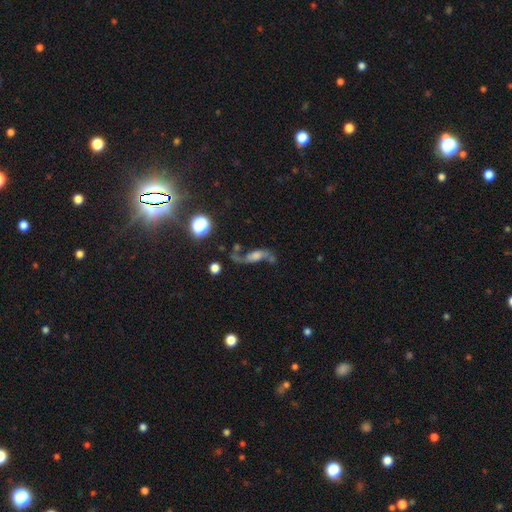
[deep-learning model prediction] featured or disk 71%, smooth 15%, star or artifact 14%. Down the decision tree: edge-on disk — no (86%); bar — no (52%); spiral arms — yes (91%); spiral arm count — 2 (89%); spiral winding — loose (84%); bulge size — moderate (35%); merging — none (57%).